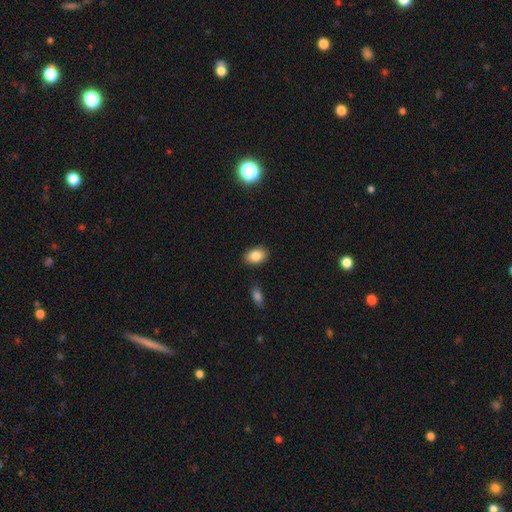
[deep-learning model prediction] Smooth or featured: smooth — 85% (star or artifact — 8%)
How rounded: in between — 86% (round — 13%)
Merging: none — 86% (minor disturbance — 10%)